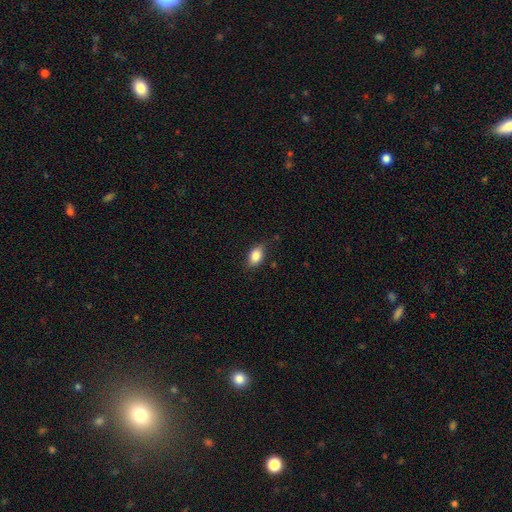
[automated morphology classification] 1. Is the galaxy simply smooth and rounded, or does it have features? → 85% smooth, 8% star or artifact, 7% featured or disk.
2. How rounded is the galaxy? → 87% in between, 11% round, 3% cigar-shaped.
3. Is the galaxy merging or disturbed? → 80% none, 16% minor disturbance, 3% major disturbance, 1% merger.